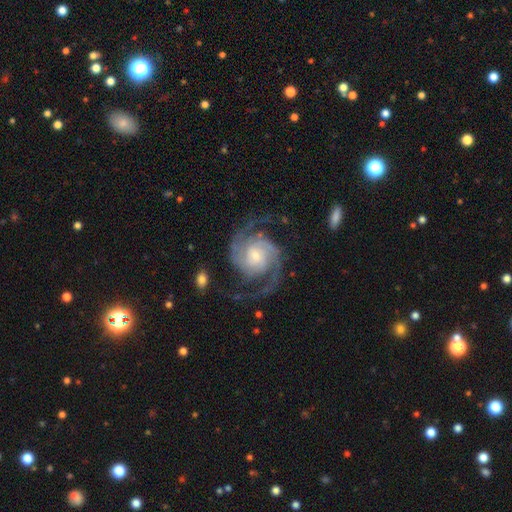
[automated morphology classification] Overall: featured or disk (93%). Edge-on disk: no (98%). Bar: no (59%; weak 32%). Spiral arms: yes (99%). Spiral arm count: 2 (81%). Spiral winding: medium (50%; tight 37%). Bulge size: small (60%; moderate 30%). Merging: none (74%).